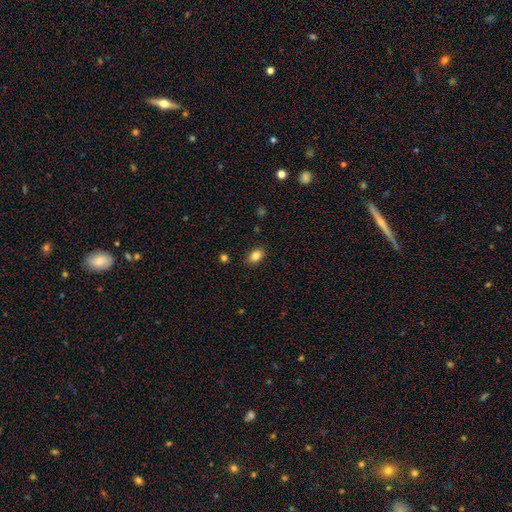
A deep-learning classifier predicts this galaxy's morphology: type=smooth (84%); roundness=in between (83%); merging=none (87%).